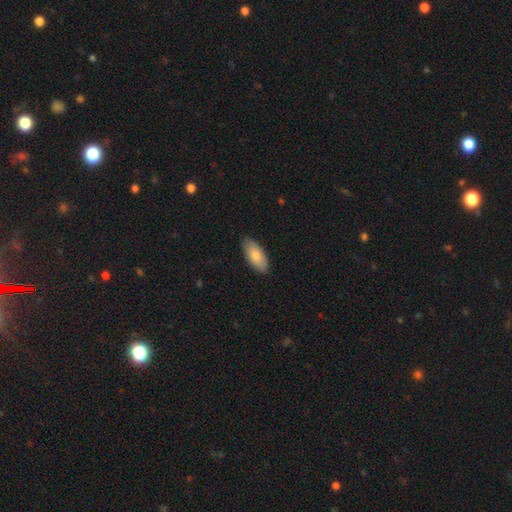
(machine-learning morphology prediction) A smooth galaxy with no disk features (83%) that is in between round and cigar-shaped (90%). Merging: none (87%).